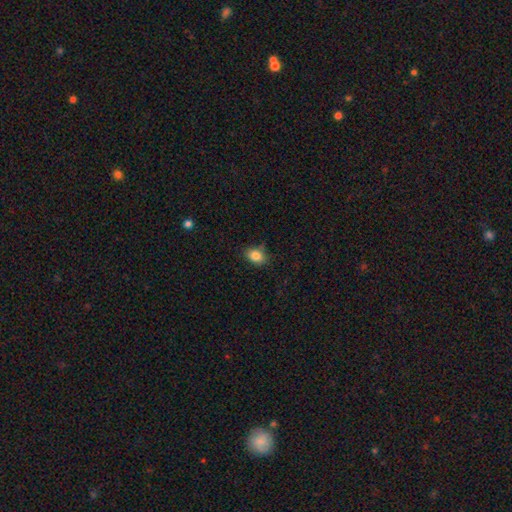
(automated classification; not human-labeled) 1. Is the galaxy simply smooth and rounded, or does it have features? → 85% smooth, 10% star or artifact, 6% featured or disk.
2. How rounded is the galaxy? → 67% in between, 32% round, 1% cigar-shaped.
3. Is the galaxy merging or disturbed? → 77% none, 17% minor disturbance, 3% major disturbance, 2% merger.